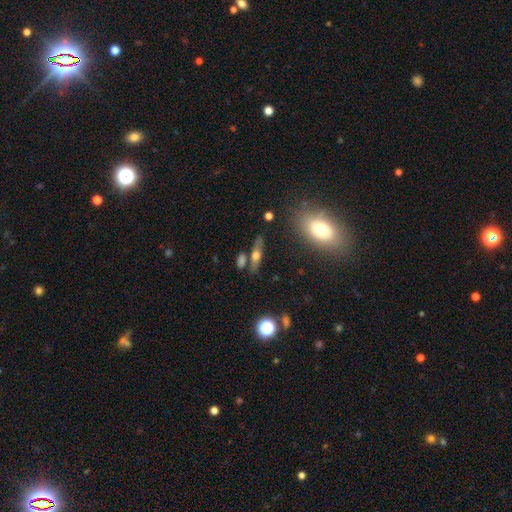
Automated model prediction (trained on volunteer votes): Smooth or featured: smooth — 51% (featured or disk — 38%)
How rounded: cigar-shaped — 50% (in between — 42%)
Merging: none — 69% (minor disturbance — 14%)